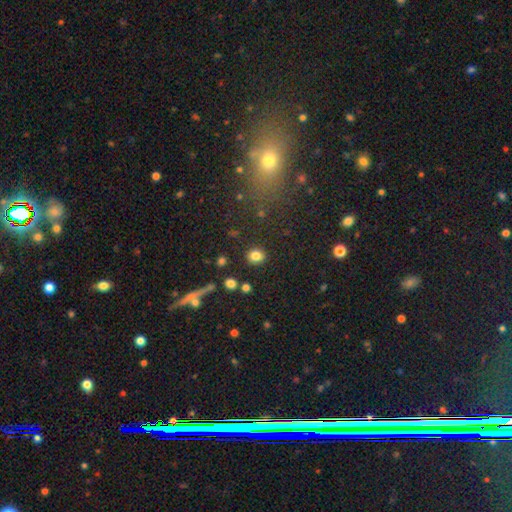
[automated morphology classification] This is clearly a smooth galaxy (82%). How rounded: likely round (76%). Merging: clearly none (88%).